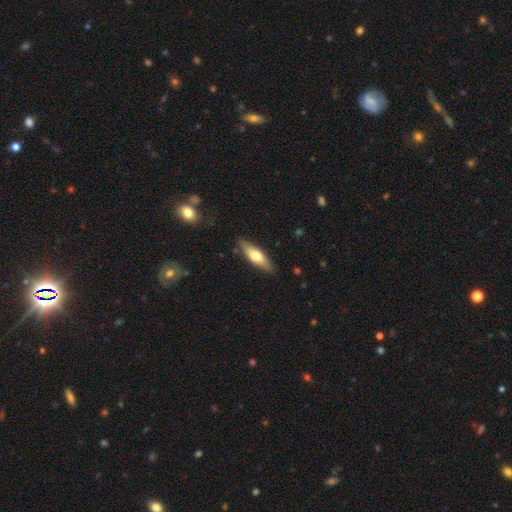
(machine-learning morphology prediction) A smooth galaxy with no disk features (62%) that is cigar-shaped (52%).

Vote fractions:
- Smooth or featured? smooth: 62% / featured or disk: 33% / star or artifact: 6%
- How rounded? cigar-shaped: 52% / in between: 46% / round: 2%
- Merging? none: 84% / minor disturbance: 12% / major disturbance: 2% / merger: 1%